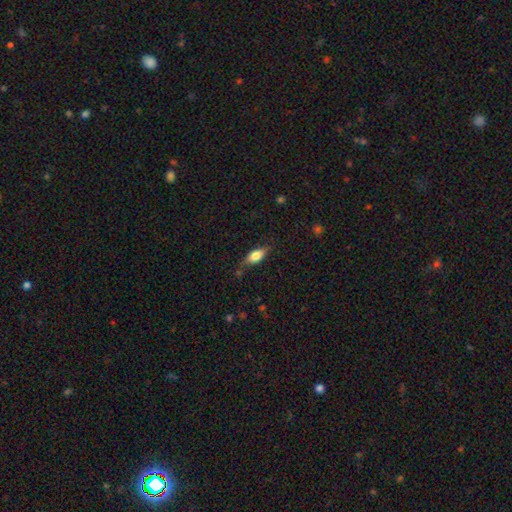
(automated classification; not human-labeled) Morphology: type=smooth (69%); roundness=in between (76%); merging=none (76%).